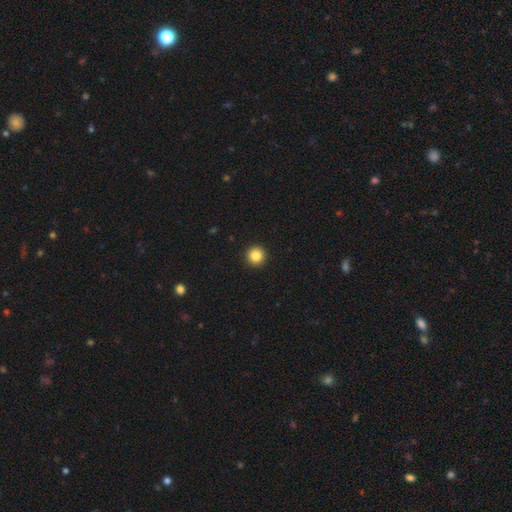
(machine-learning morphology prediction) Overall: smooth (84%). How rounded: round (96%). Merging: none (94%).